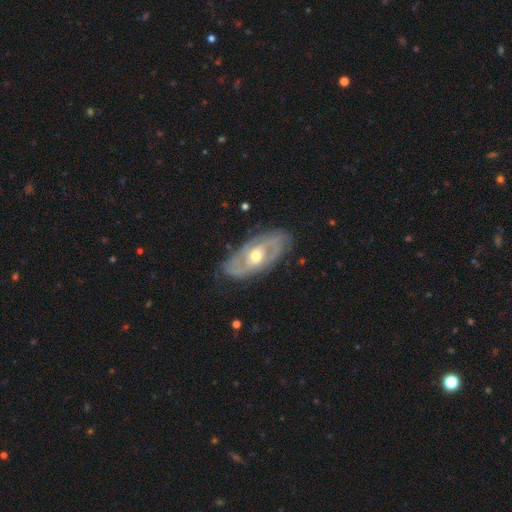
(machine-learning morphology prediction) featured or disk 84%, smooth 12%, star or artifact 4%. Down the decision tree: edge-on disk — no (92%); bar — no (54%); spiral arms — yes (90%); spiral arm count — 2 (66%); spiral winding — tight (48%); bulge size — moderate (69%); merging — none (79%).